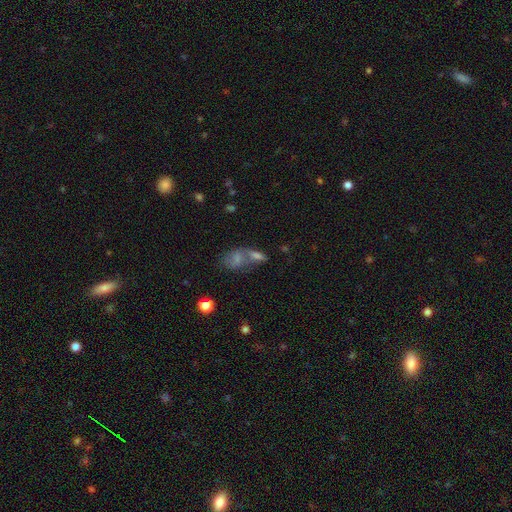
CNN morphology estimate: smooth-or-featured: smooth: 56% | featured or disk: 26% | star or artifact: 18%
  how-rounded: in between: 75% | round: 16% | cigar-shaped: 9%
  merging: merger: 51% | none: 31% | minor disturbance: 10% | major disturbance: 7%